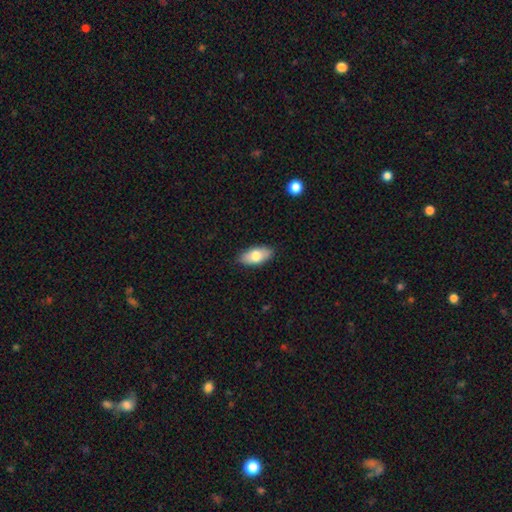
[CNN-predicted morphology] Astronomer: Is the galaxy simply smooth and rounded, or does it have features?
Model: smooth — 76%.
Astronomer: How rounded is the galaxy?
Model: in between — 90%.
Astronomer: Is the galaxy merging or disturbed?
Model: none — 86%.